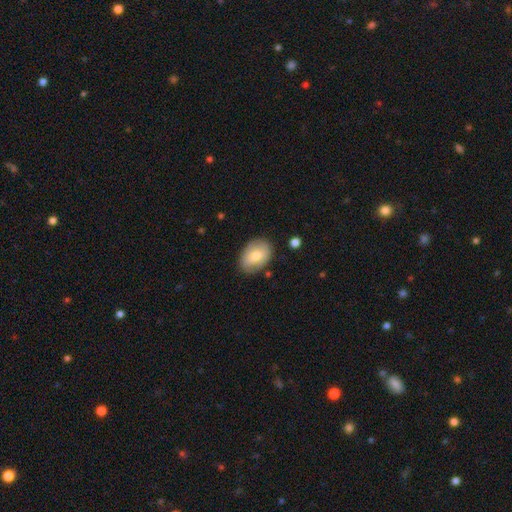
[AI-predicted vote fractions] smooth 72%, featured or disk 21%, star or artifact 7%. Down the decision tree: how rounded — in between (82%); merging — none (81%).